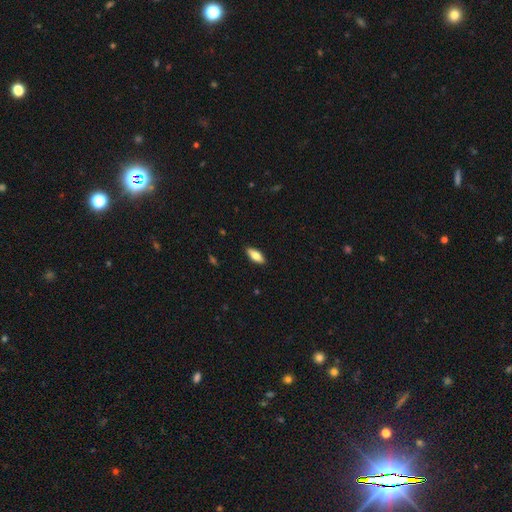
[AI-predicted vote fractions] A smooth galaxy with no disk features (74%) that is in between round and cigar-shaped (73%).

Vote fractions:
- Smooth or featured? smooth: 74% / featured or disk: 20% / star or artifact: 6%
- How rounded? in between: 73% / cigar-shaped: 25% / round: 2%
- Merging? none: 89% / minor disturbance: 8% / major disturbance: 2% / merger: 1%